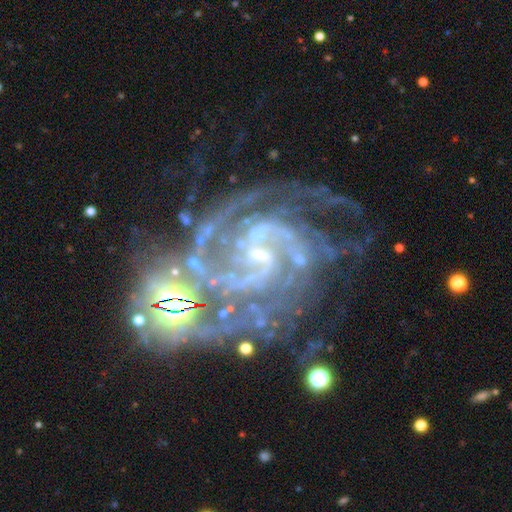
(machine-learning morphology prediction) Smooth or featured? Predicted: featured or disk (p=0.67). Edge-on disk? Predicted: no (p=0.95). Bar? Predicted: no (p=0.50). Spiral arms? Predicted: yes (p=0.83). Spiral winding? Predicted: tight (p=0.50). Spiral arm count? Predicted: 2 (p=0.39). Bulge size? Predicted: small (p=0.58). Merging? Predicted: none (p=0.48).